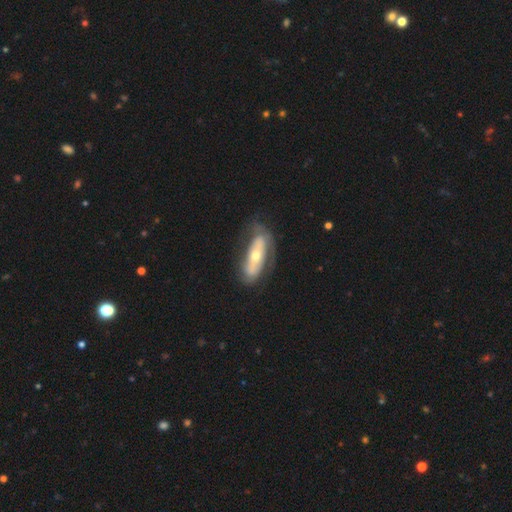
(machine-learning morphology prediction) smooth_or_featured: featured or disk (p=0.60) [alt: smooth p=0.35]
disk_edge_on: no (p=0.78) [alt: yes p=0.22]
merging: none (p=0.60) [alt: minor disturbance p=0.23]